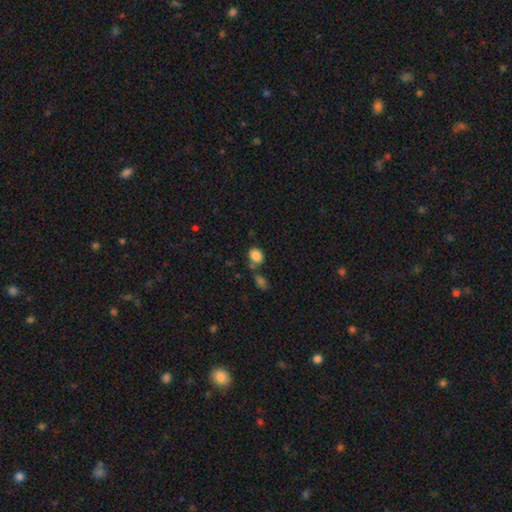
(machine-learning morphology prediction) smooth-or-featured: smooth: 85% | star or artifact: 10% | featured or disk: 5%
  how-rounded: in between: 50% | round: 49% | cigar-shaped: 1%
  merging: none: 58% | merger: 21% | minor disturbance: 15% | major disturbance: 5%